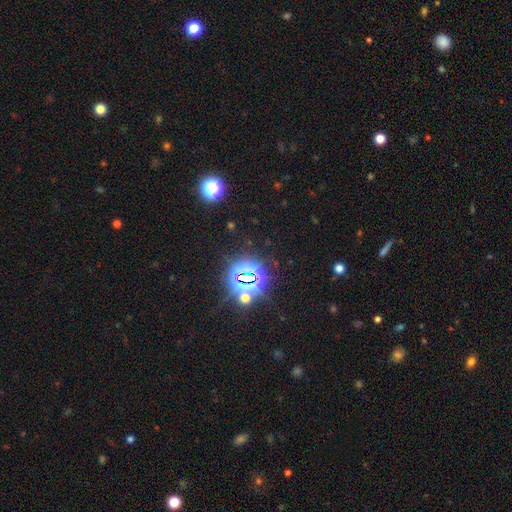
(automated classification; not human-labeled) Smooth or featured: star or artifact — 79% (smooth — 15%)